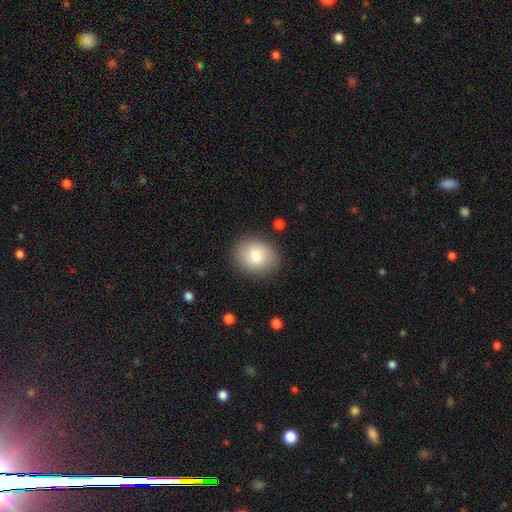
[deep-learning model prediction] A smooth galaxy with no disk features (80%) that is round (55%). Merging: none (85%).